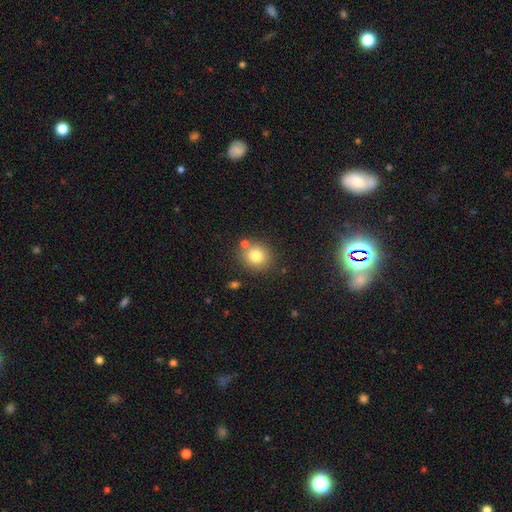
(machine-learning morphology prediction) smooth_or_featured: smooth (p=0.79) [alt: star or artifact p=0.11]
how_rounded: round (p=0.81) [alt: in between p=0.18]
merging: none (p=0.76) [alt: merger p=0.11]